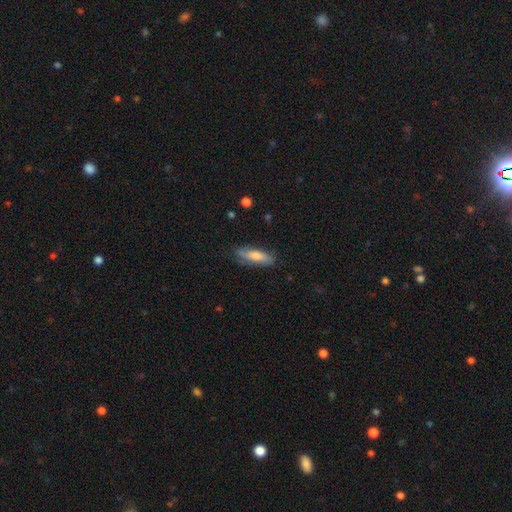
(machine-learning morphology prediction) Smooth or featured?
  - smooth: 69% *
  - featured or disk: 24%
  - star or artifact: 6%
How rounded?
  - cigar-shaped: 52% *
  - in between: 46%
  - round: 2%
Merging?
  - none: 74% *
  - minor disturbance: 20%
  - major disturbance: 5%
  - merger: 1%